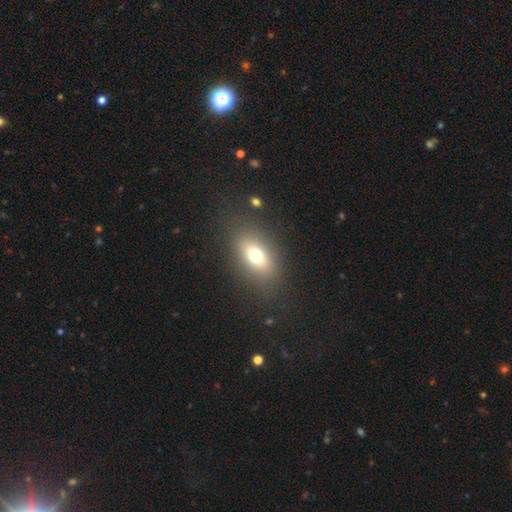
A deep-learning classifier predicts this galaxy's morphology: smooth-or-featured: smooth: 70% | featured or disk: 18% | star or artifact: 12%
  how-rounded: in between: 79% | round: 15% | cigar-shaped: 6%
  merging: none: 82% | minor disturbance: 11% | major disturbance: 6% | merger: 2%